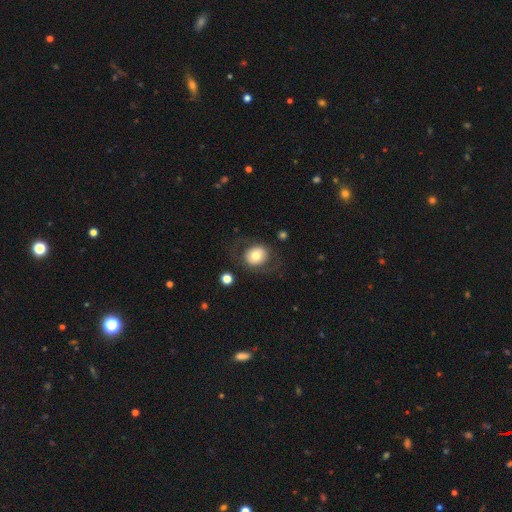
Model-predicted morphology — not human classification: A smooth galaxy with no disk features (68%) that is round (73%).

Vote fractions:
- Smooth or featured? smooth: 68% / featured or disk: 24% / star or artifact: 8%
- How rounded? round: 73% / in between: 26% / cigar-shaped: 1%
- Merging? none: 74% / minor disturbance: 13% / major disturbance: 11% / merger: 2%